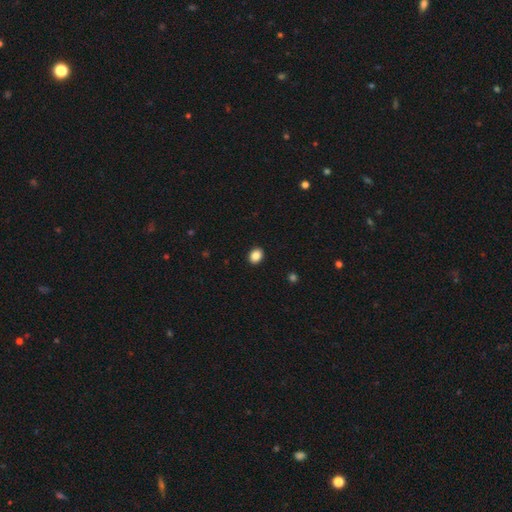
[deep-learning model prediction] A smooth galaxy with no disk features (88%) that is in between round and cigar-shaped (56%). Merging: none (92%).